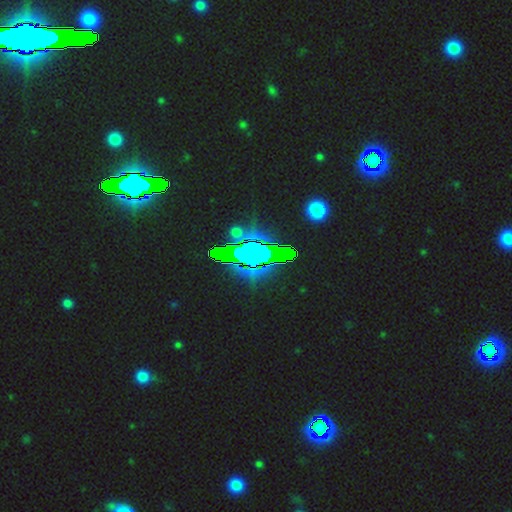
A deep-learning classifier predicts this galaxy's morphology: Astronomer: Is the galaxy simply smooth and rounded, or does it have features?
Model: star or artifact — 78%.